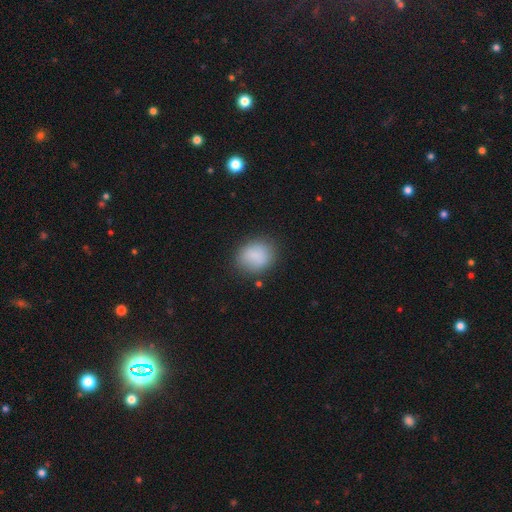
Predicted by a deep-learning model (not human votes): This appears to be a smooth galaxy with no disk features (84%) that is round (66%). Merging: none (76%).